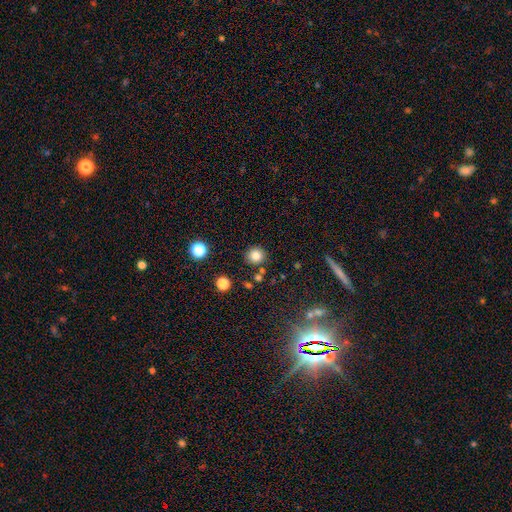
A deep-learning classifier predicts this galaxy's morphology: Smooth or featured?
  - smooth: 81% *
  - star or artifact: 13%
  - featured or disk: 6%
How rounded?
  - round: 92% *
  - in between: 7%
  - cigar-shaped: 1%
Merging?
  - none: 85% *
  - minor disturbance: 8%
  - merger: 4%
  - major disturbance: 2%